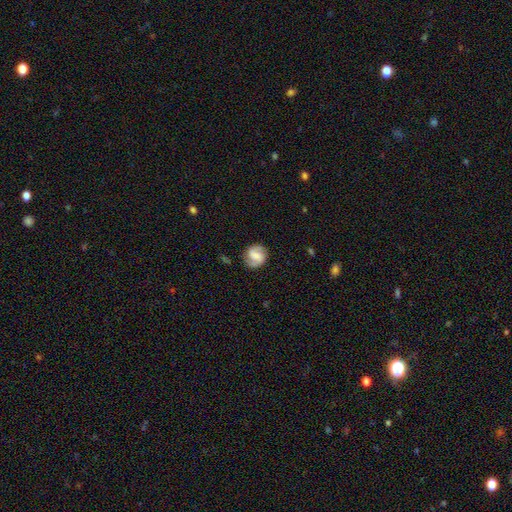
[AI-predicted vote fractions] smooth_or_featured: featured or disk (p=0.67) [alt: smooth p=0.25]
disk_edge_on: no (p=0.98) [alt: yes p=0.02]
bar: weak (p=0.43) [alt: strong p=0.34]
has_spiral_arms: yes (p=0.93) [alt: no p=0.07]
spiral_winding: medium (p=0.44) [alt: loose p=0.28]
spiral_arm_count: 2 (p=0.87) [alt: can't tell p=0.05]
bulge_size: none (p=0.43) [alt: small p=0.22]
merging: none (p=0.78) [alt: minor disturbance p=0.14]